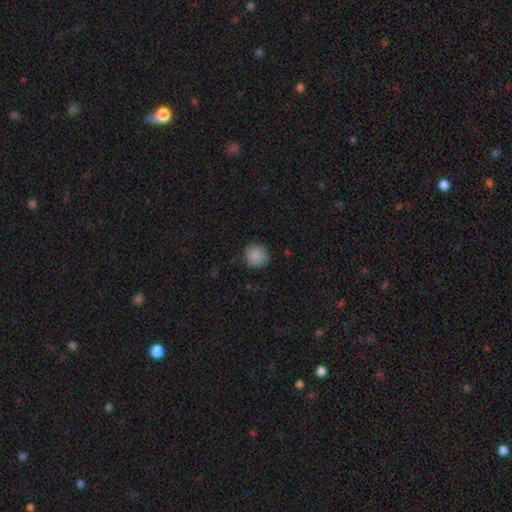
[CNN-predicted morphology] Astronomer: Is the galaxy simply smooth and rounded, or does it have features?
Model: smooth — 88%.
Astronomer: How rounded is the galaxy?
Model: round — 92%.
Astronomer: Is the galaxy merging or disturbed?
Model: none — 86%.